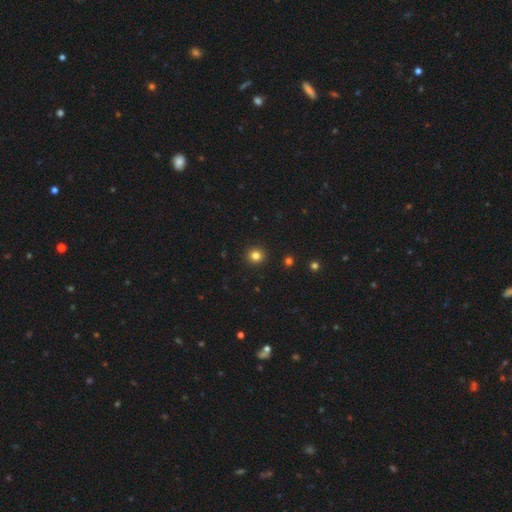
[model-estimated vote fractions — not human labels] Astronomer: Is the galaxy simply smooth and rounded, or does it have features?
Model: smooth — 82%.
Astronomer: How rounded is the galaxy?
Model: round — 92%.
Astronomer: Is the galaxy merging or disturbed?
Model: none — 93%.